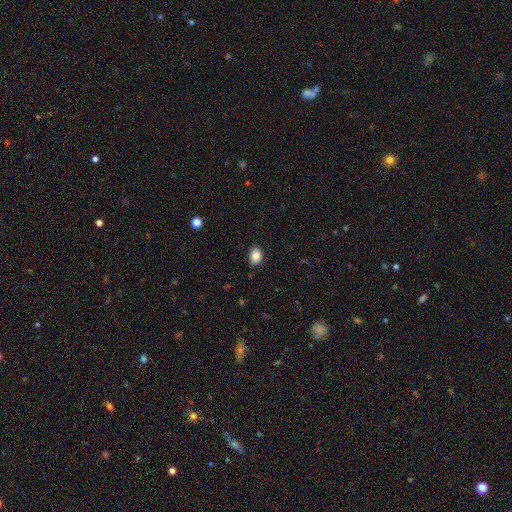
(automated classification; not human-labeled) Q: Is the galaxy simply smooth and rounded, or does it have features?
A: smooth — 86%.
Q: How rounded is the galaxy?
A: in between — 80%.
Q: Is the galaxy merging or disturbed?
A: none — 82%.